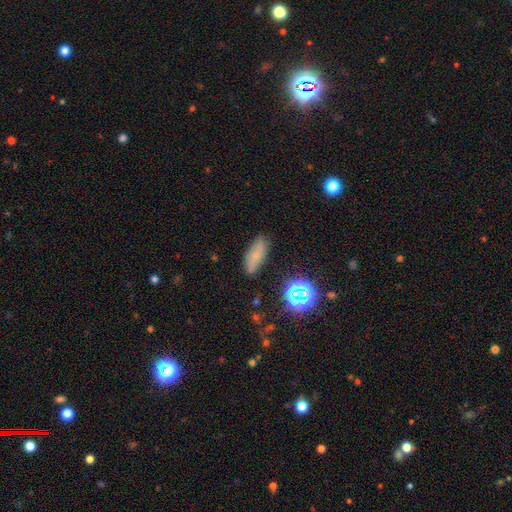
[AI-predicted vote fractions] A smooth galaxy with no disk features (64%) that is in between round and cigar-shaped (68%). Merging: none (79%).